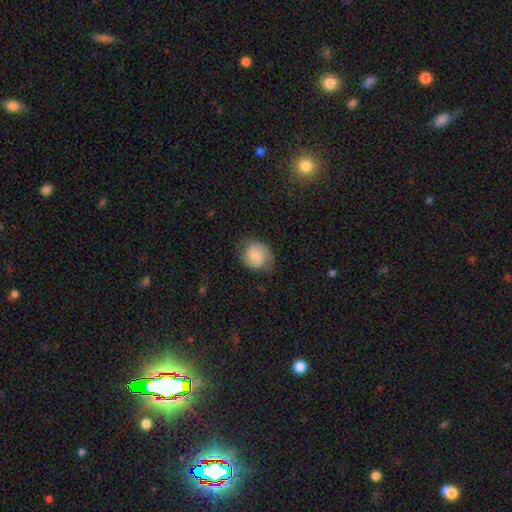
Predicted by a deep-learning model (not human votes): Smooth or featured?
  - smooth: 65% *
  - featured or disk: 27%
  - star or artifact: 8%
How rounded?
  - round: 65% *
  - in between: 34%
  - cigar-shaped: 1%
Merging?
  - none: 65% *
  - minor disturbance: 24%
  - major disturbance: 9%
  - merger: 1%